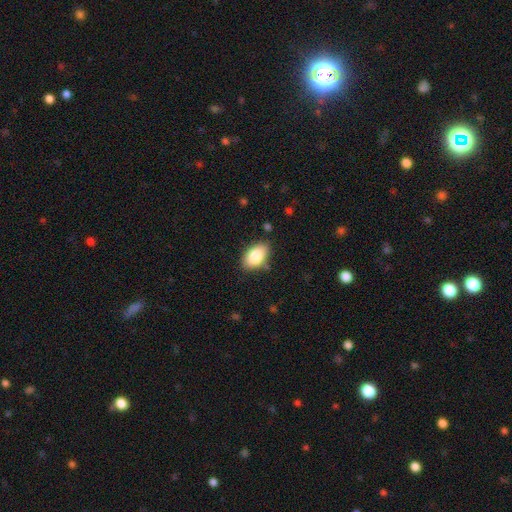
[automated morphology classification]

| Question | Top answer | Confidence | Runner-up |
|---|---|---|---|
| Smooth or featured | smooth | 86% | featured or disk (8%) |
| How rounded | in between | 92% | round (6%) |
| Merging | none | 80% | minor disturbance (15%) |